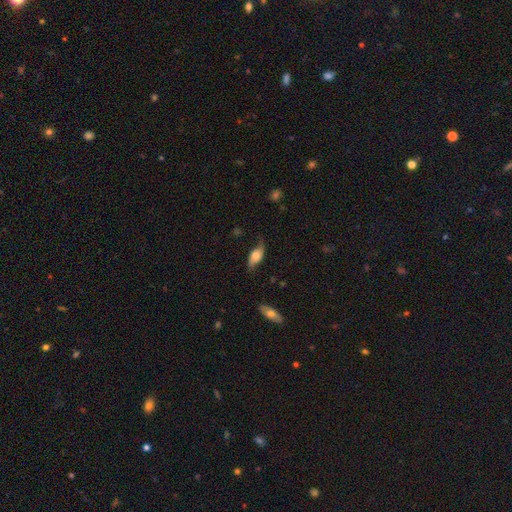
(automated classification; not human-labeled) Smooth or featured?
  - smooth: 53% *
  - featured or disk: 40%
  - star or artifact: 7%
How rounded?
  - in between: 84% *
  - cigar-shaped: 11%
  - round: 4%
Merging?
  - none: 64% *
  - minor disturbance: 26%
  - major disturbance: 8%
  - merger: 2%